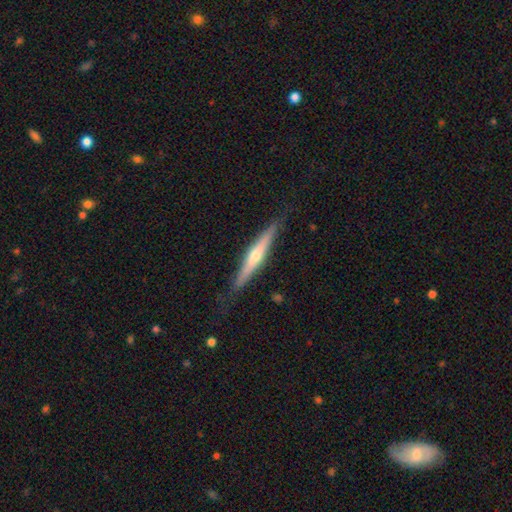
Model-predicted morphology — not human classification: featured or disk 66%, smooth 29%, star or artifact 6%. Down the decision tree: edge-on disk — yes (96%); edge-on bulge — rounded (82%); merging — none (85%).